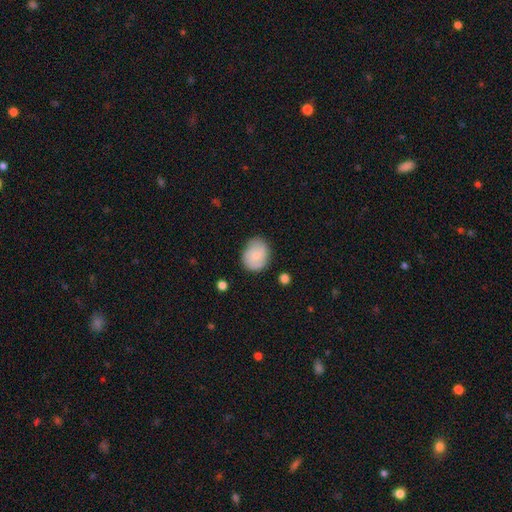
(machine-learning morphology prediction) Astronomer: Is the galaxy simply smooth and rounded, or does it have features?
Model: smooth — 69%.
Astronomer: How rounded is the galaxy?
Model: round — 55% (runner-up: in between, 44%).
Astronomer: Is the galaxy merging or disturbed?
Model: none — 74%.